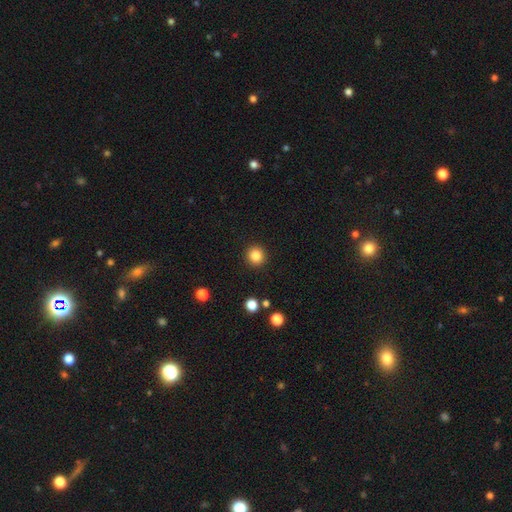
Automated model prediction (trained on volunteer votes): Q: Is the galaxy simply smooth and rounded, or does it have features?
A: smooth — 84%.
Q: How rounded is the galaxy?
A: round — 94%.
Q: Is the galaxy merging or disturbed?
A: none — 92%.